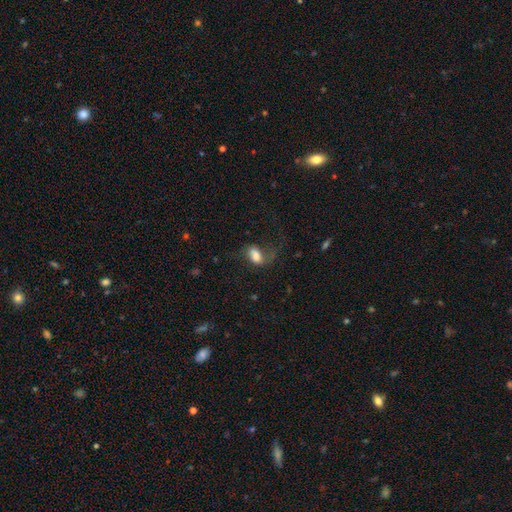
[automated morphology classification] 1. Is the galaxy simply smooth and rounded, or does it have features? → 68% smooth, 23% featured or disk, 9% star or artifact.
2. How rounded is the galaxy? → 87% in between, 11% round, 2% cigar-shaped.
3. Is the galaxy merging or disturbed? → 40% none, 33% major disturbance, 23% minor disturbance, 4% merger.